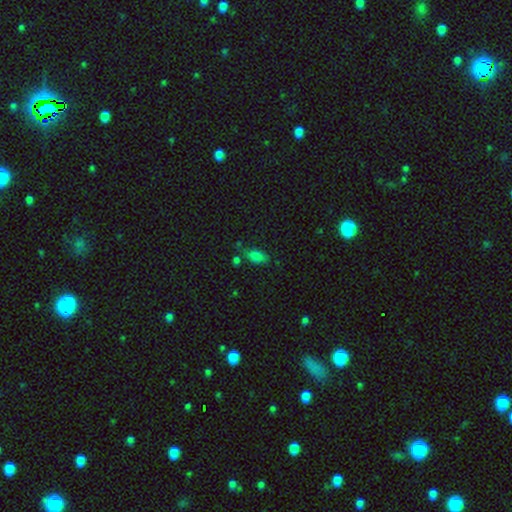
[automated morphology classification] Smooth or featured?
  - smooth: 78% *
  - star or artifact: 14%
  - featured or disk: 8%
How rounded?
  - in between: 90% *
  - round: 6%
  - cigar-shaped: 4%
Merging?
  - none: 53% *
  - minor disturbance: 22%
  - merger: 16%
  - major disturbance: 8%